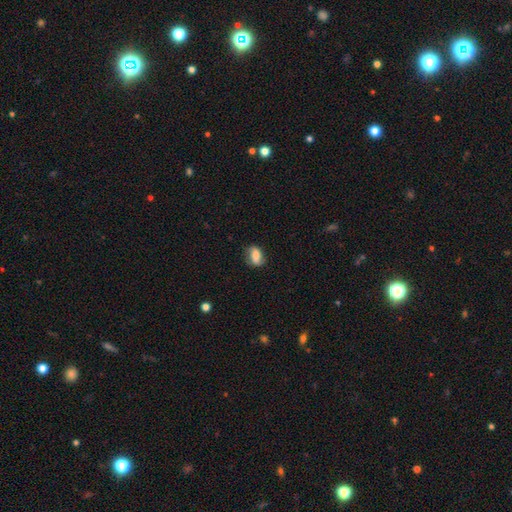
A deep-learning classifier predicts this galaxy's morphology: Overall: smooth (70%). How rounded: in between (80%). Merging: none (70%).